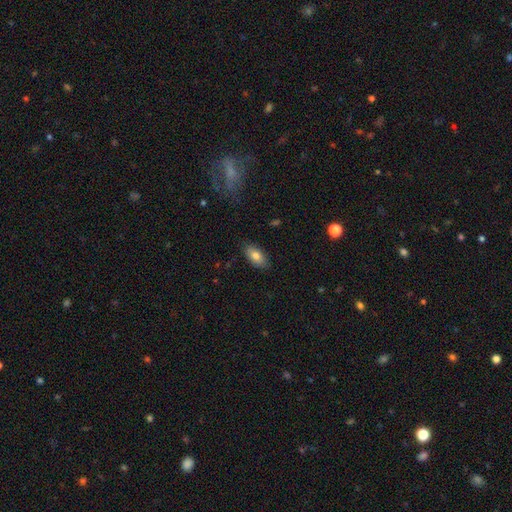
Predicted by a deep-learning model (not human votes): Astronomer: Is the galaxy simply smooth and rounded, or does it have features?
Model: smooth — 78%.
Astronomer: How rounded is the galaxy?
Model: in between — 93%.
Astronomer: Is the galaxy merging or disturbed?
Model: none — 86%.